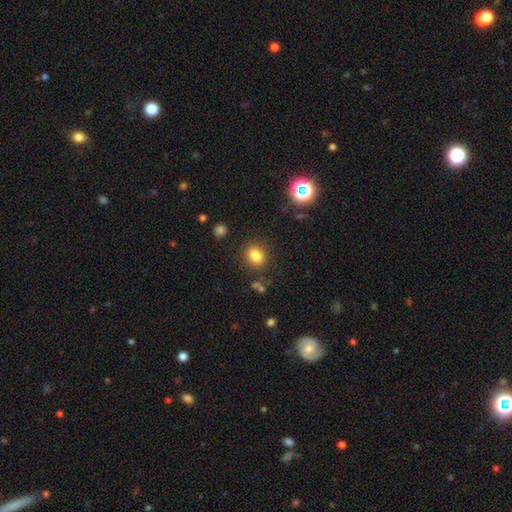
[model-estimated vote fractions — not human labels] smooth_or_featured: smooth (p=0.81) [alt: star or artifact p=0.12]
how_rounded: round (p=0.52) [alt: in between p=0.47]
merging: none (p=0.84) [alt: minor disturbance p=0.09]